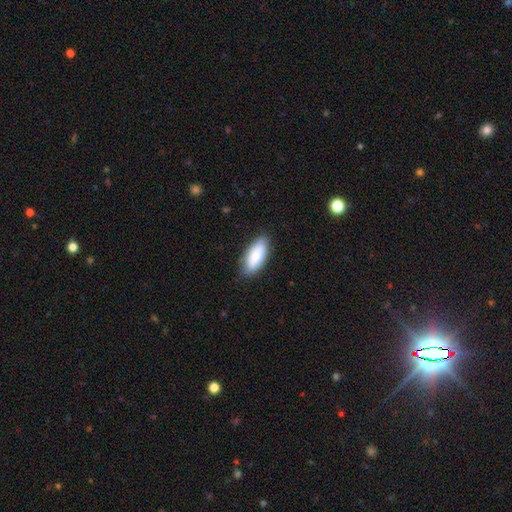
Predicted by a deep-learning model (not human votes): A smooth galaxy with no disk features (79%) that is in between round and cigar-shaped (85%).

Vote fractions:
- Smooth or featured? smooth: 79% / featured or disk: 15% / star or artifact: 6%
- How rounded? in between: 85% / cigar-shaped: 13% / round: 2%
- Merging? none: 83% / minor disturbance: 13% / major disturbance: 3% / merger: 1%